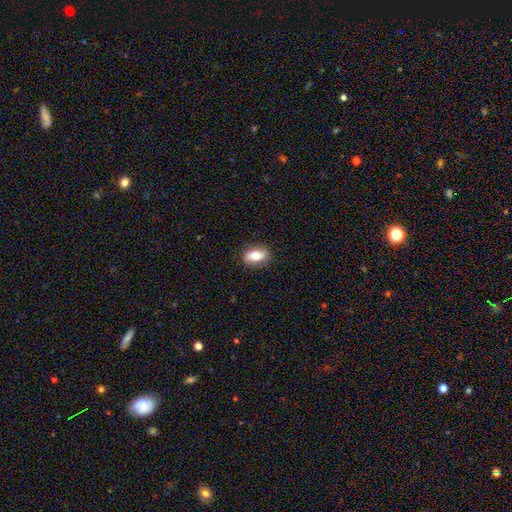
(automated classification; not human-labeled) Smooth or featured?
  - smooth: 61% *
  - featured or disk: 32%
  - star or artifact: 7%
How rounded?
  - in between: 82% *
  - round: 10%
  - cigar-shaped: 8%
Merging?
  - none: 86% *
  - minor disturbance: 11%
  - major disturbance: 2%
  - merger: 1%